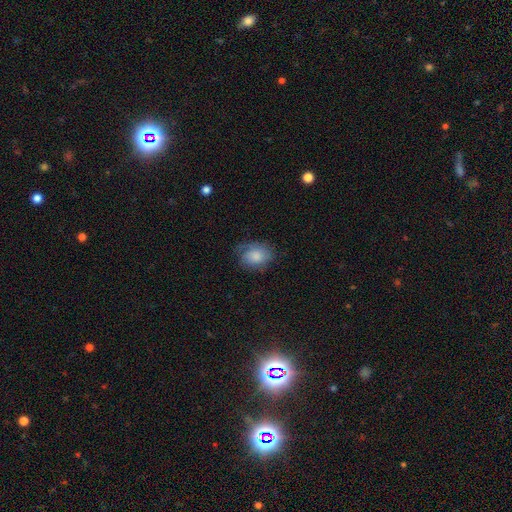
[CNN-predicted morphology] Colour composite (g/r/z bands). It shows a smooth galaxy with no disk features (71%) that is in between round and cigar-shaped (66%). Merging: none (57%).